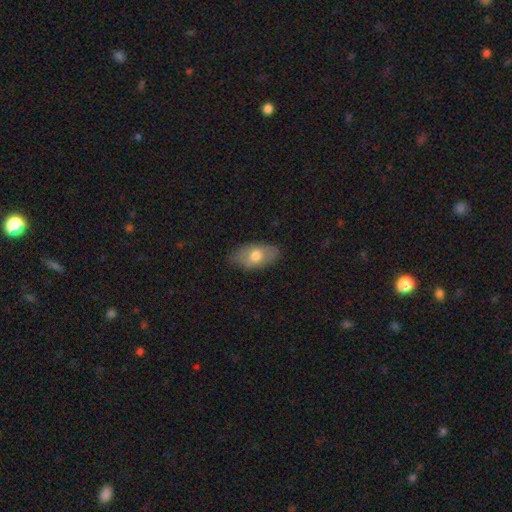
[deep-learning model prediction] This appears to be a smooth galaxy with no disk features (68%) that is in between round and cigar-shaped (91%). Merging: none (75%).